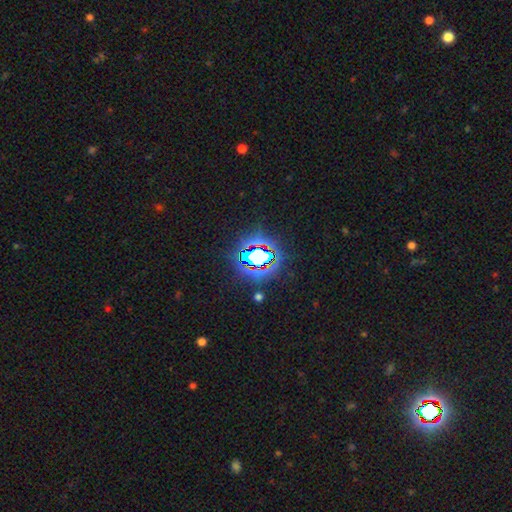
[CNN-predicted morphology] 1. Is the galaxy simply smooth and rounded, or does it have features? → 68% star or artifact, 19% smooth, 13% featured or disk.